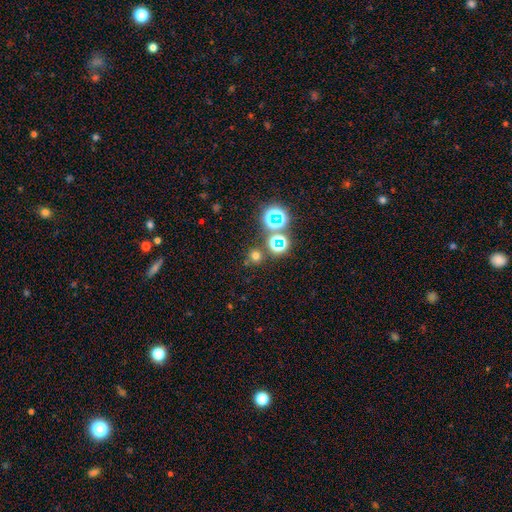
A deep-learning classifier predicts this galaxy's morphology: Overall: smooth (59%; star or artifact 34%). How rounded: round (93%). Merging: none (81%).